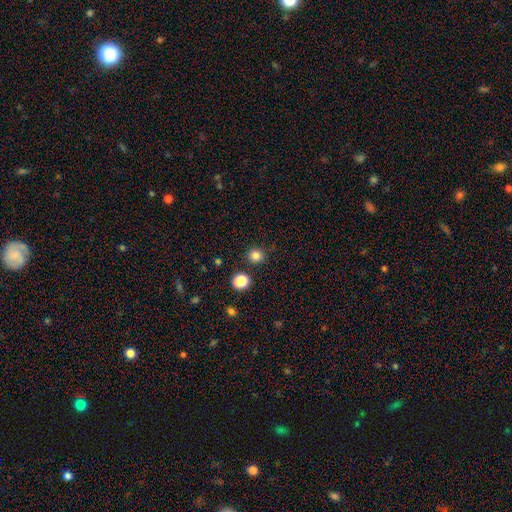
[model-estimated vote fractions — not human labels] Overall: smooth (82%). How rounded: round (91%). Merging: none (88%).